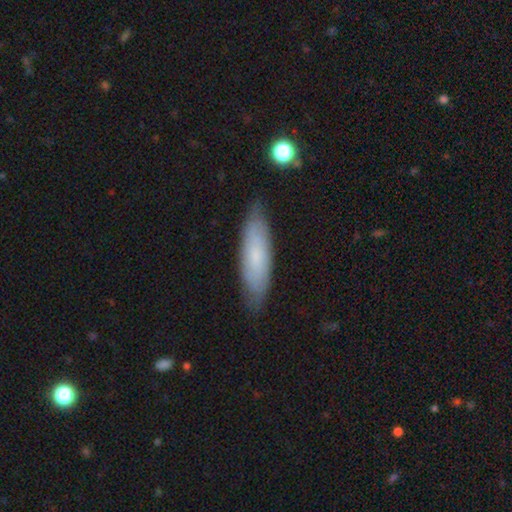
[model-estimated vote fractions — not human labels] Q: Smooth or featured?
A: smooth (63%); runner-up: featured or disk (31%)
Q: How rounded?
A: cigar-shaped (59%); runner-up: in between (40%)
Q: Merging?
A: none (81%); runner-up: minor disturbance (15%)